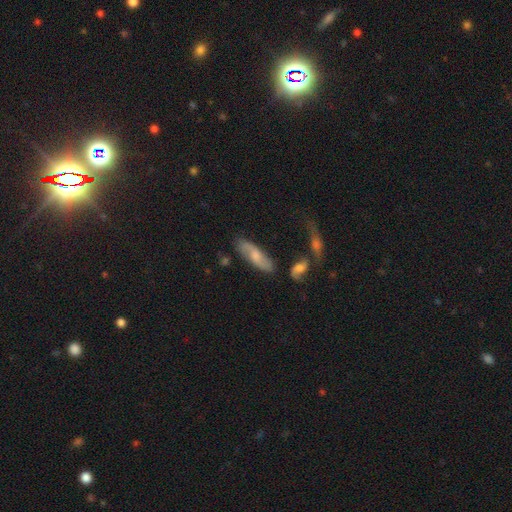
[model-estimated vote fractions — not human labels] Smooth or featured?
  - featured or disk: 48% *
  - smooth: 44%
  - star or artifact: 7%
Merging?
  - none: 74% *
  - minor disturbance: 16%
  - merger: 6%
  - major disturbance: 4%